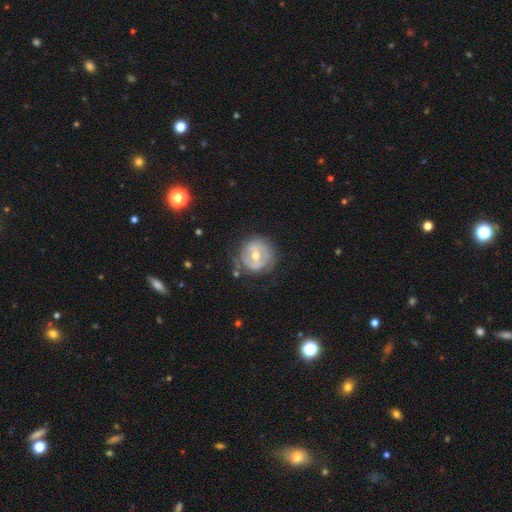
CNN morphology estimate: This appears to be a featured or disk galaxy (68%) with a weak bar (43%), spiral arms (65%) and a moderate central bulge (73%). Merging: none (69%).